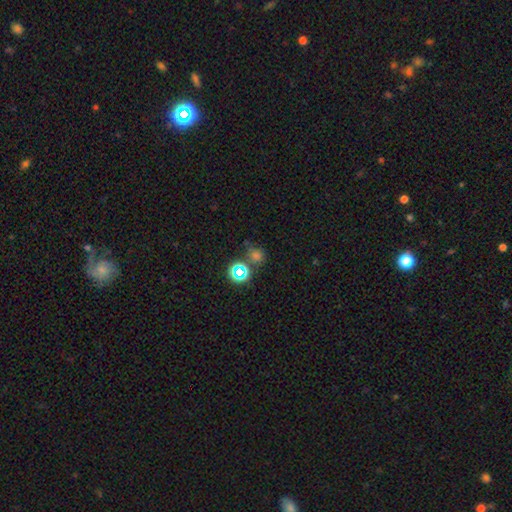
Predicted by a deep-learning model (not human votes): Morphology: type=smooth (60%); roundness=round (85%); merging=none (65%).